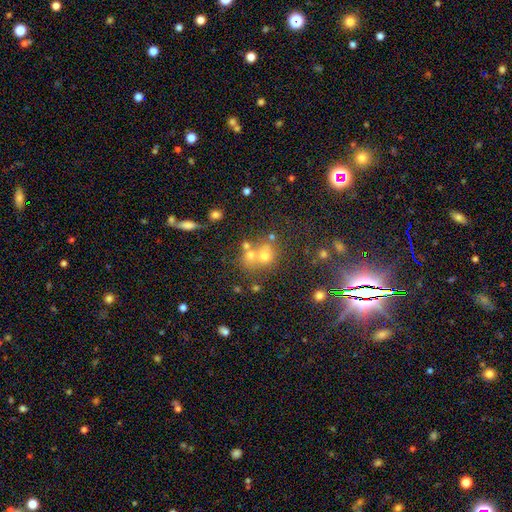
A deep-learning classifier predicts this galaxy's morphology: The model was most divided on "merging": none: 45%, merger: 42%, minor disturbance: 9%, major disturbance: 5%. Remaining: smooth or featured — smooth (50%).